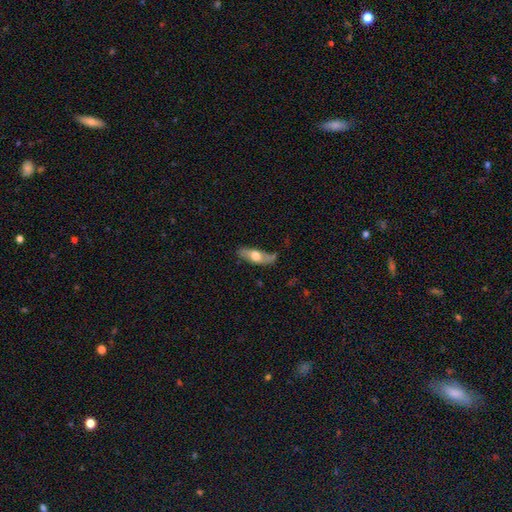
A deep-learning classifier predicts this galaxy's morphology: Smooth or featured?
  - smooth: 52% *
  - featured or disk: 42%
  - star or artifact: 6%
How rounded?
  - in between: 66% *
  - cigar-shaped: 30%
  - round: 3%
Merging?
  - none: 65% *
  - minor disturbance: 25%
  - major disturbance: 7%
  - merger: 3%